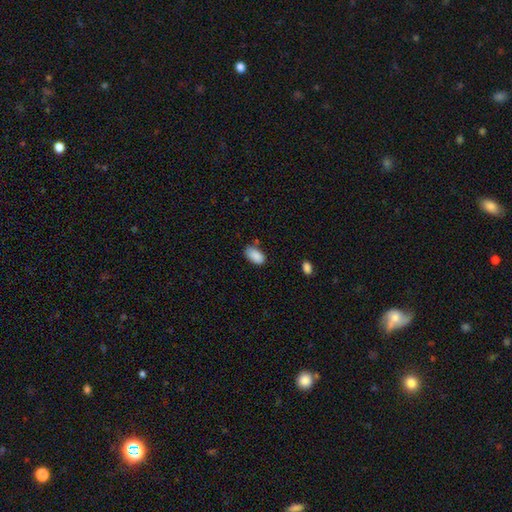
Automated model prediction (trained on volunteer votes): This appears to be a smooth galaxy with no disk features (89%) that is in between round and cigar-shaped (94%). Merging: none (72%).